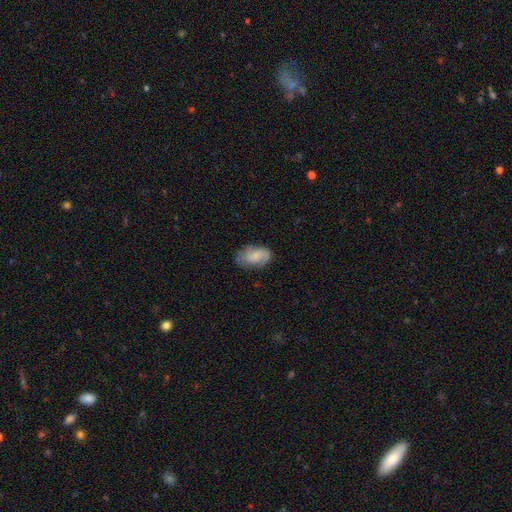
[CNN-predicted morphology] Overall: smooth (55%; featured or disk 38%). How rounded: in between (91%). Merging: none (62%; minor disturbance 27%).